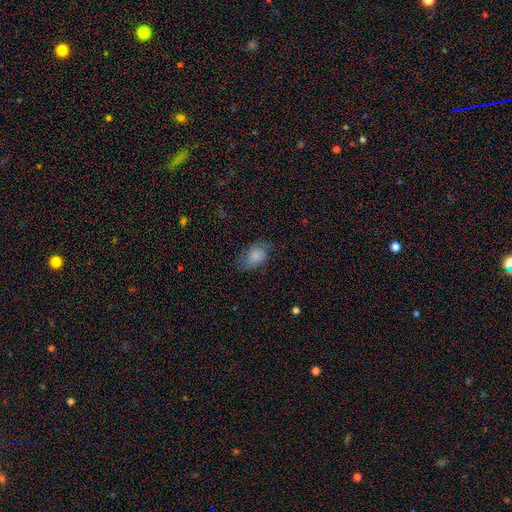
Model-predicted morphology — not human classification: Smooth or featured? Predicted: smooth (p=0.71). How rounded? Predicted: in between (p=0.81). Merging? Predicted: none (p=0.60).